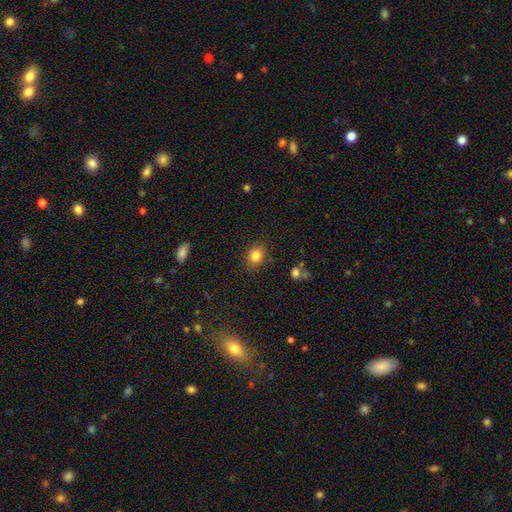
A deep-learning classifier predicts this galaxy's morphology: Smooth or featured: smooth — 83% (star or artifact — 11%)
How rounded: round — 58% (in between — 41%)
Merging: none — 85% (minor disturbance — 10%)